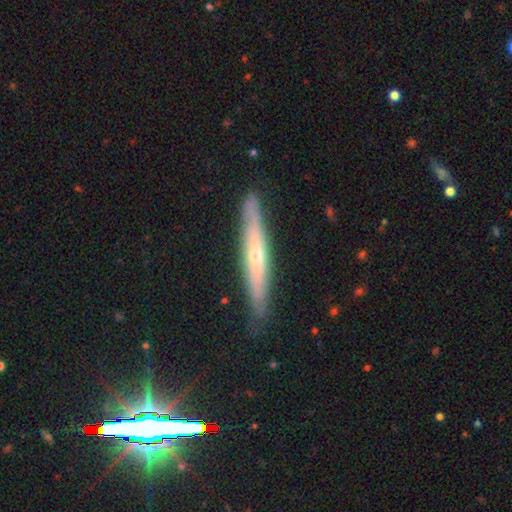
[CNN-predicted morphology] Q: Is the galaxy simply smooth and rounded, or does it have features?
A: featured or disk — 64%.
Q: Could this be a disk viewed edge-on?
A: yes — 87%.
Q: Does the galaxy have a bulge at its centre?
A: rounded — 67%.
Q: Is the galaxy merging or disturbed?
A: none — 86%.